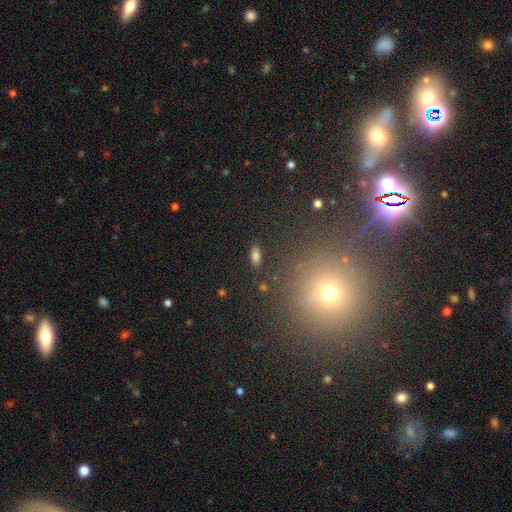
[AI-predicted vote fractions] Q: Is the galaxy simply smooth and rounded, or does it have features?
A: smooth — 79%.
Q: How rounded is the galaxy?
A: in between — 84%.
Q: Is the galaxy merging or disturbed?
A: none — 86%.